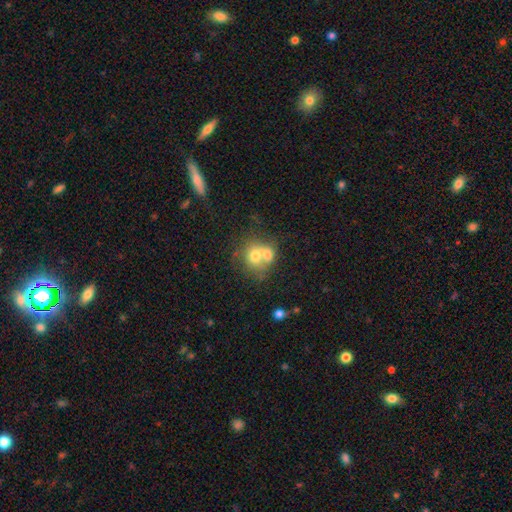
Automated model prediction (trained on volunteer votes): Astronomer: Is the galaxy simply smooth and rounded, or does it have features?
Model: smooth — 63%.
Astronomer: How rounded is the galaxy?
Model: round — 72%.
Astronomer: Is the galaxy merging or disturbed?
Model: merger — 63%.